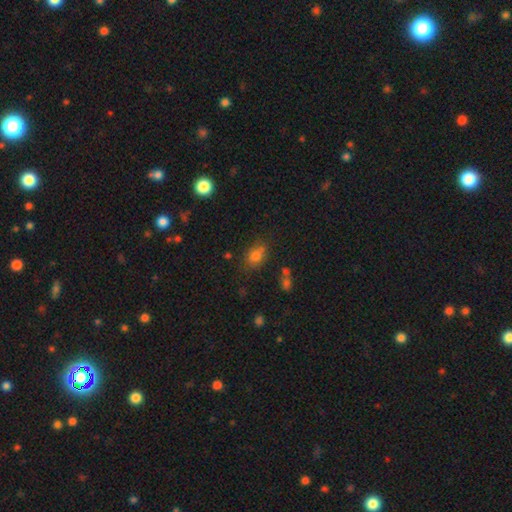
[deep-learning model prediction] A smooth galaxy with no disk features (77%) that is in between round and cigar-shaped (73%). Merging: none (63%).